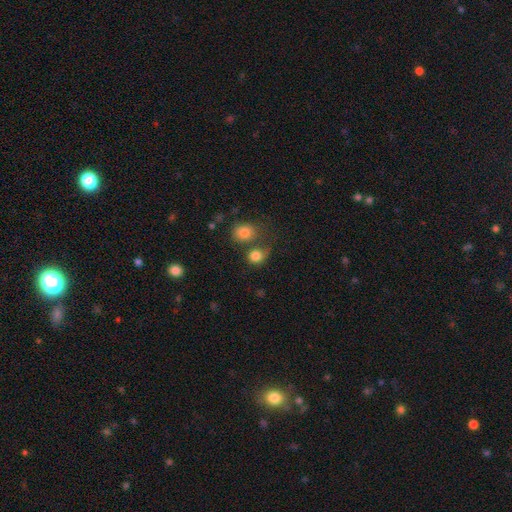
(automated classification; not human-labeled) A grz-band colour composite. It shows a smooth galaxy with no disk features (82%) that is round (79%). Merging: none (50%).